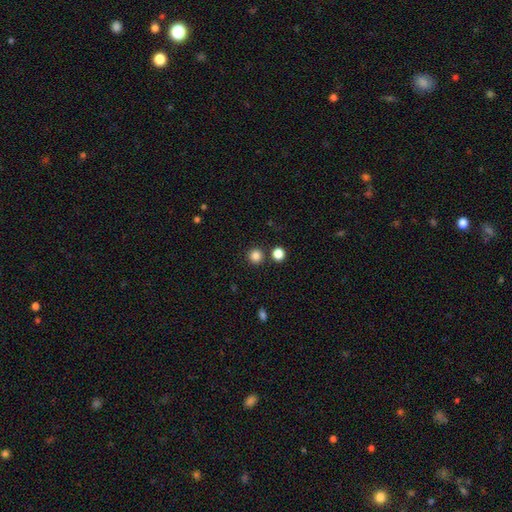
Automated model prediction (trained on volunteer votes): The model was most divided on "smooth or featured": smooth: 84%, star or artifact: 12%, featured or disk: 4%. More confident: how rounded — round (95%); merging — none (86%).